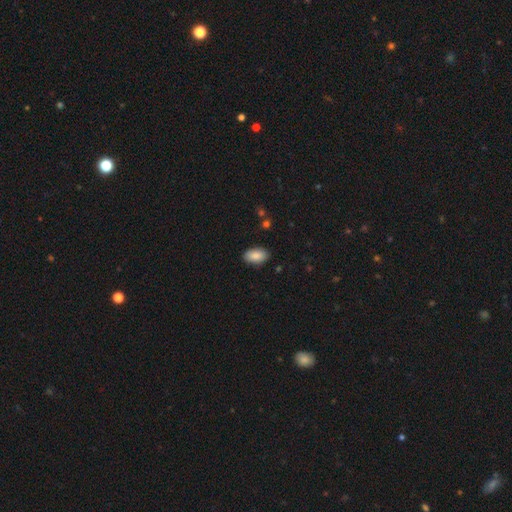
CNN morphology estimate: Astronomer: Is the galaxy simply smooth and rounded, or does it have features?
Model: smooth — 88%.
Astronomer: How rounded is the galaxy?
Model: in between — 94%.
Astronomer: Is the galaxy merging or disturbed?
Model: none — 88%.